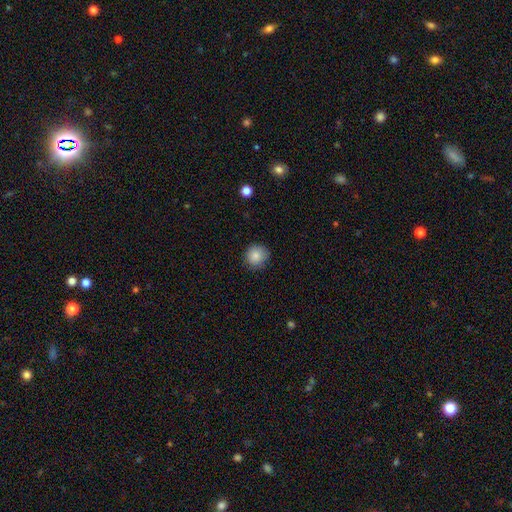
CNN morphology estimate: The model was most divided on "merging": none: 84%, minor disturbance: 12%, major disturbance: 3%, merger: 1%. More confident: how rounded — round (92%); smooth or featured — smooth (86%).